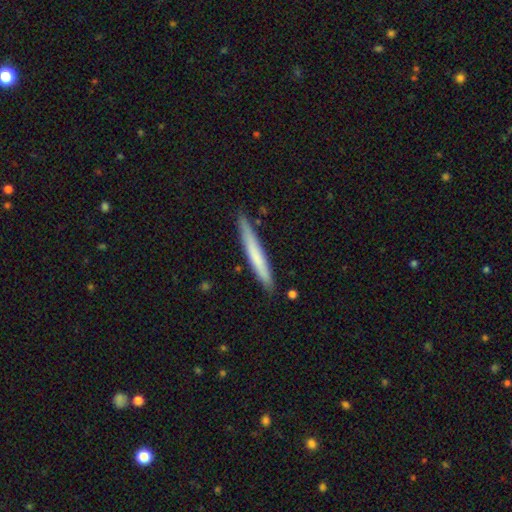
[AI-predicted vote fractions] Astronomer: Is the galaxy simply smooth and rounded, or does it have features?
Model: smooth — 57% (runner-up: featured or disk, 36%).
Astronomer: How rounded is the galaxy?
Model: cigar-shaped — 97%.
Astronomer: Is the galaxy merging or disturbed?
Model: none — 89%.